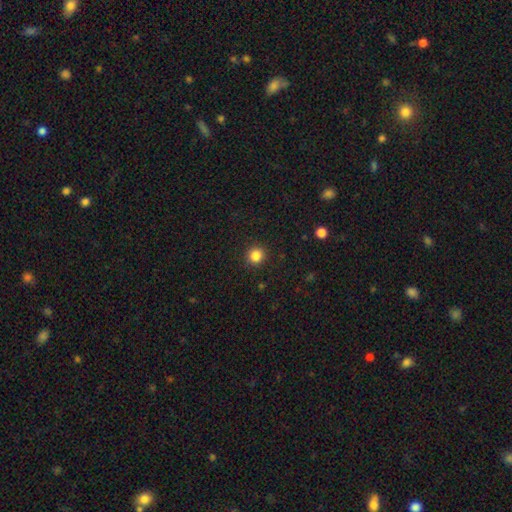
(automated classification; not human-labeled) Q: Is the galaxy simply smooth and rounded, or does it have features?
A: smooth — 85%.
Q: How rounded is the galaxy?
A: round — 90%.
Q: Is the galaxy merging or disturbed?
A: none — 91%.